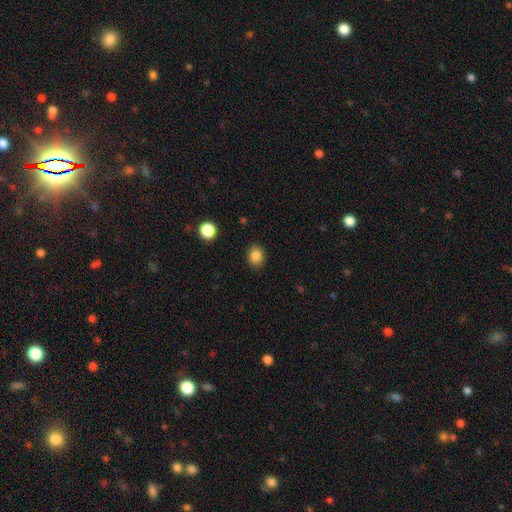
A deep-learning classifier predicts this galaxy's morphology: Overall: smooth (85%). How rounded: round (60%; in between 39%). Merging: none (88%).